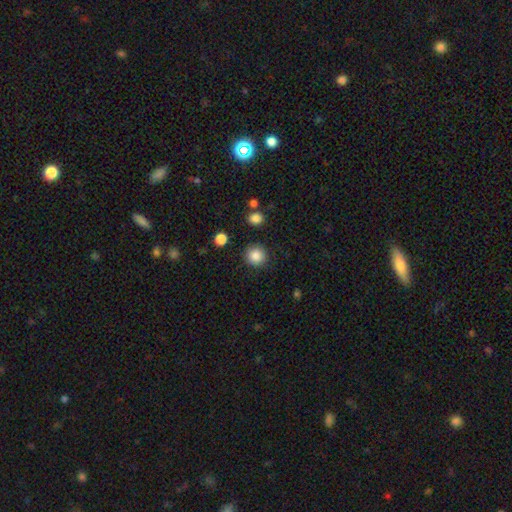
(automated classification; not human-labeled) This is clearly a smooth galaxy (86%). How rounded: clearly round (93%). Merging: clearly none (89%).